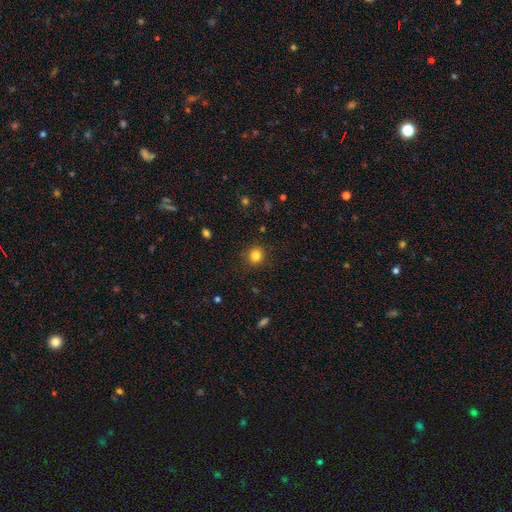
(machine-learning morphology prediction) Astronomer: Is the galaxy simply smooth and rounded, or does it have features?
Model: smooth — 83%.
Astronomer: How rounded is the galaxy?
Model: round — 90%.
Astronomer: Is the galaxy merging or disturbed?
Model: none — 88%.